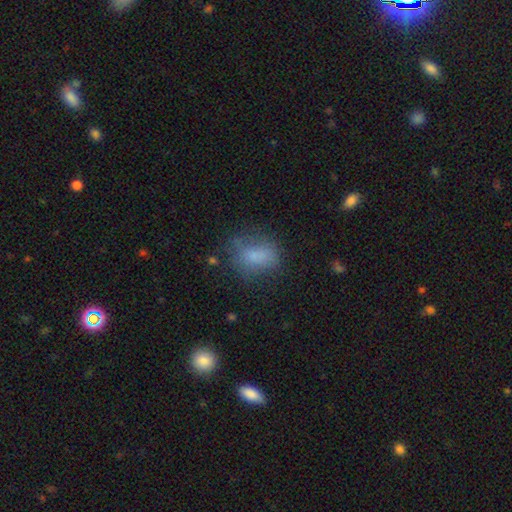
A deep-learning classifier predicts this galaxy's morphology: smooth_or_featured: smooth (p=0.74) [alt: featured or disk p=0.13]
how_rounded: in between (p=0.70) [alt: round p=0.27]
merging: none (p=0.57) [alt: minor disturbance p=0.25]